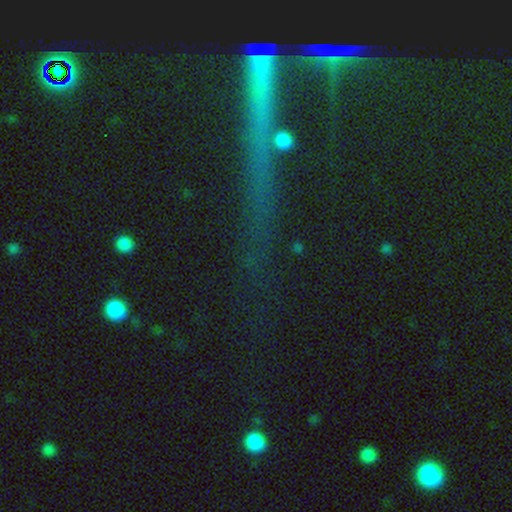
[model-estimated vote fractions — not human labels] Morphology: type=star or artifact (67%).